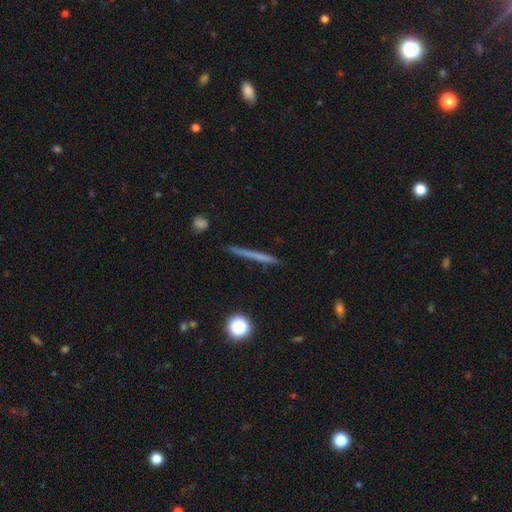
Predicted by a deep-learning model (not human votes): Smooth or featured: smooth — 48% (featured or disk — 43%)
Merging: none — 89% (minor disturbance — 8%)